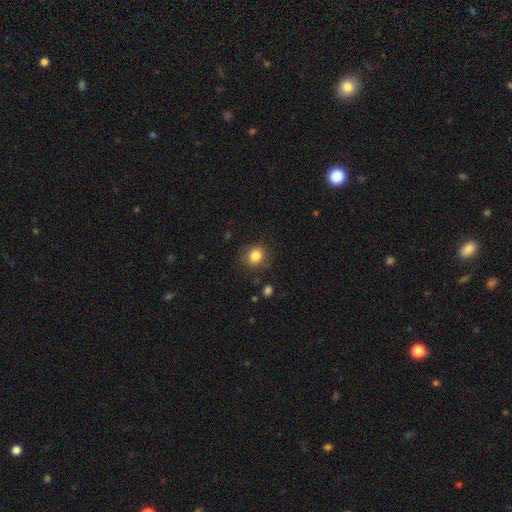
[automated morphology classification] Overall: smooth (84%). How rounded: round (75%). Merging: none (80%).